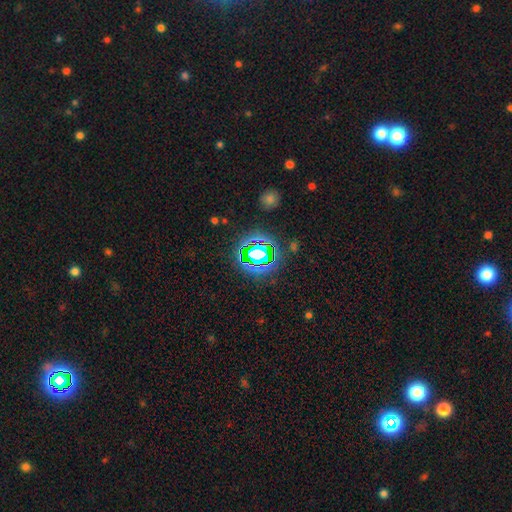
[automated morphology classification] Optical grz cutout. It shows a star or artifact, not a galaxy (69%).